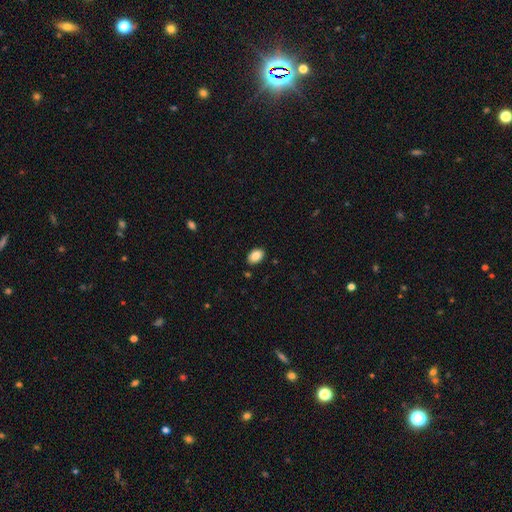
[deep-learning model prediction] Overall: smooth (88%). How rounded: in between (85%). Merging: none (88%).